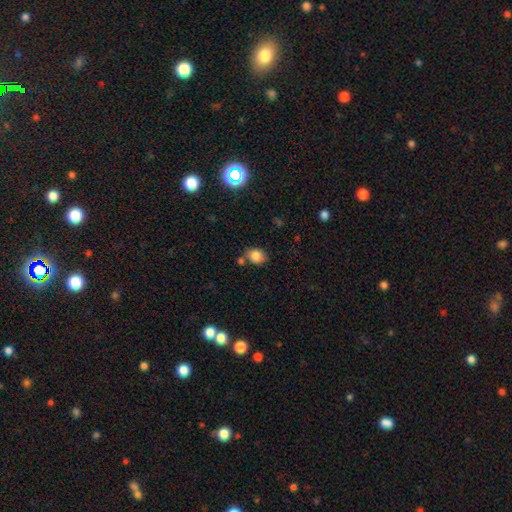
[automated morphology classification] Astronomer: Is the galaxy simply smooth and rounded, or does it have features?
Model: smooth — 83%.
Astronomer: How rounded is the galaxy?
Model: in between — 50% (runner-up: round, 49%).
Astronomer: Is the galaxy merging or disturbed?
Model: none — 65%.